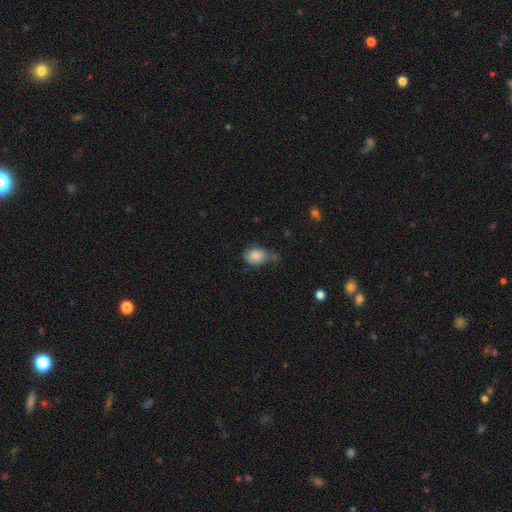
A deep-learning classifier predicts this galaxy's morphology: type=smooth (83%); roundness=in between (57%); merging=none (42%).